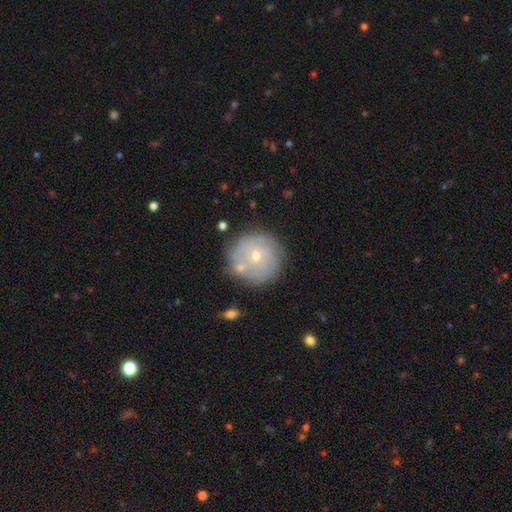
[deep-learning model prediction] The model was most divided on "smooth or featured": featured or disk: 56%, smooth: 35%, star or artifact: 9%. More confident: edge-on disk — no (97%); bar — no (81%); merging — none (73%); spiral arms — yes (65%); bulge size — small (60%).